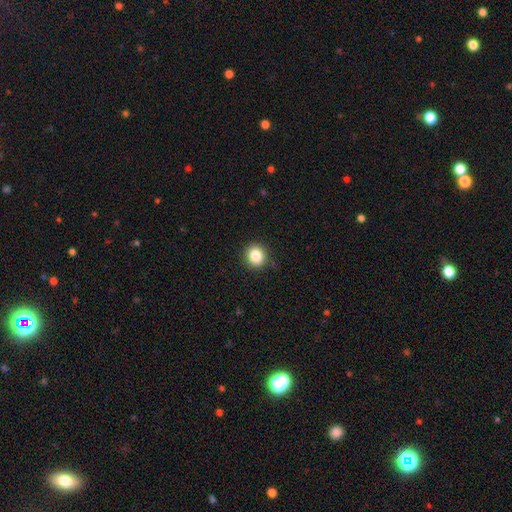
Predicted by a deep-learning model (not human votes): Smooth or featured? smooth (86%)
How rounded? round (83%)
Merging? none (89%)